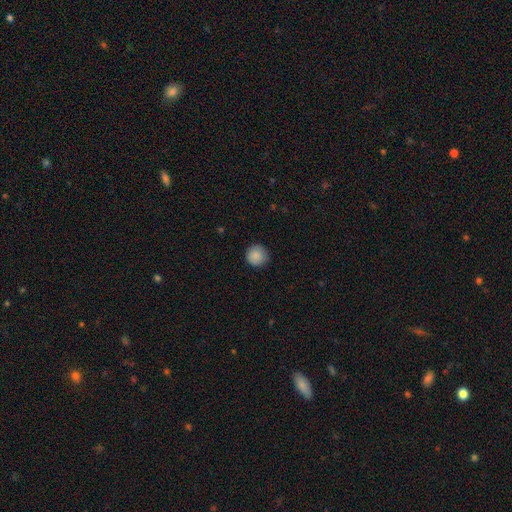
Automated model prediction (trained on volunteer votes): This is clearly a smooth galaxy (88%). How rounded: clearly round (95%). Merging: clearly none (89%).